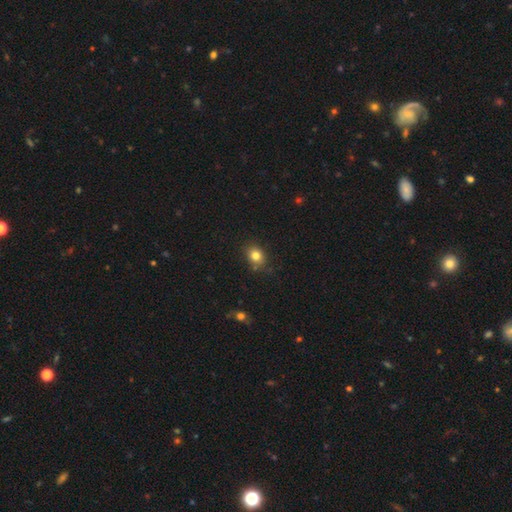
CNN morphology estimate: type=smooth (81%); roundness=round (55%); merging=none (82%).